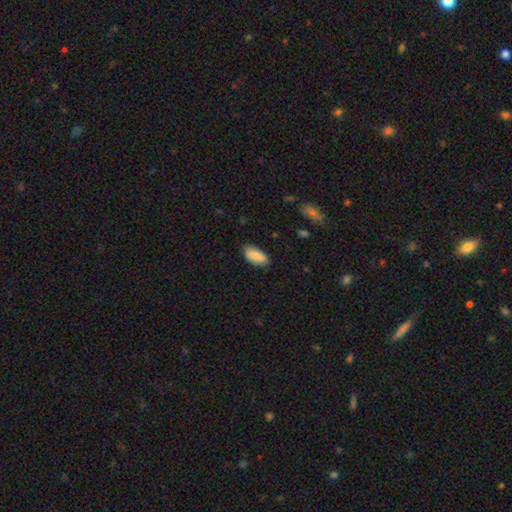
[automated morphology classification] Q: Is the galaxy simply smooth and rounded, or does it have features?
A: smooth — 88%.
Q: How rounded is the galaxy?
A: in between — 91%.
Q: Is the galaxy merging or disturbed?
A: none — 83%.